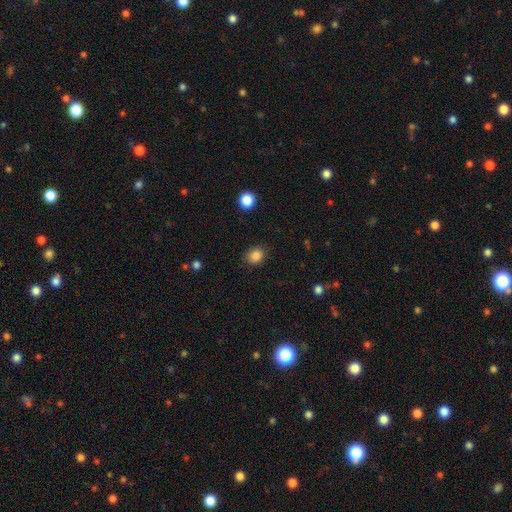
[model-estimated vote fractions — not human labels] Smooth or featured?
  - smooth: 86% *
  - star or artifact: 11%
  - featured or disk: 4%
How rounded?
  - round: 63% *
  - in between: 37%
  - cigar-shaped: 1%
Merging?
  - none: 87% *
  - minor disturbance: 9%
  - major disturbance: 3%
  - merger: 1%